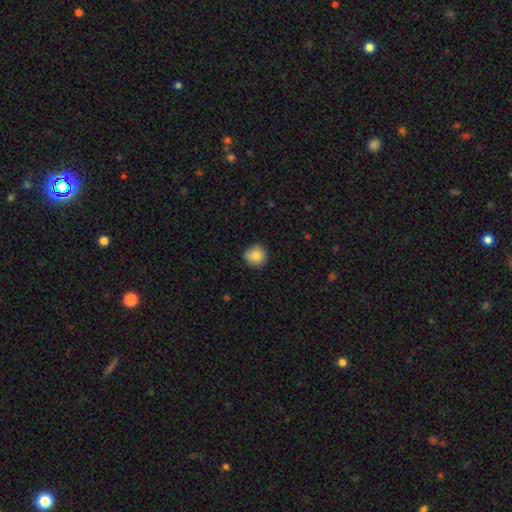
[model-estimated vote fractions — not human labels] This is clearly a smooth galaxy (87%). How rounded: clearly round (93%). Merging: clearly none (88%).